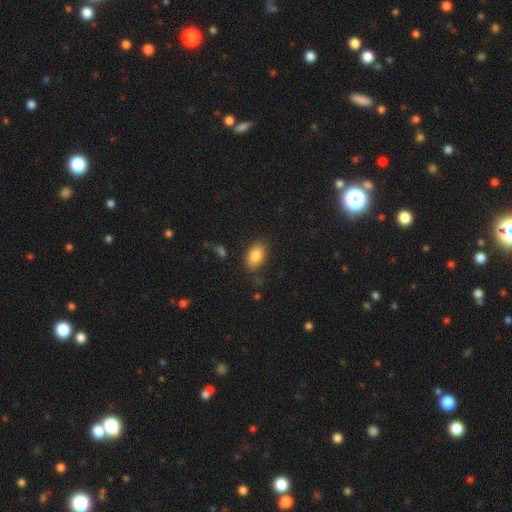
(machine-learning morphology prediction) Q: Smooth or featured?
A: smooth (84%); runner-up: featured or disk (8%)
Q: How rounded?
A: in between (90%); runner-up: round (8%)
Q: Merging?
A: none (82%); runner-up: minor disturbance (12%)